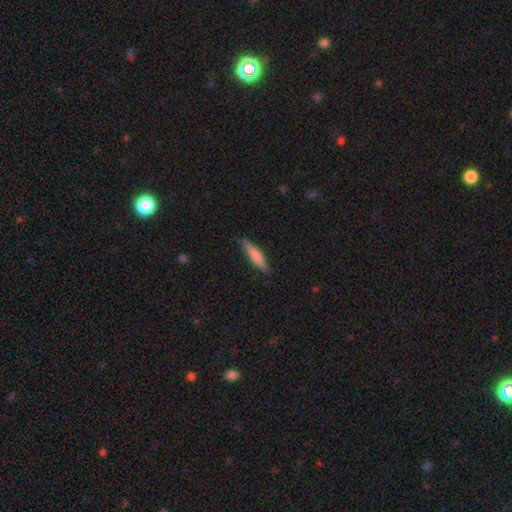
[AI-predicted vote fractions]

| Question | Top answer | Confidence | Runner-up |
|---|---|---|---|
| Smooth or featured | smooth | 65% | featured or disk (29%) |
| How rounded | cigar-shaped | 86% | in between (13%) |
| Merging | none | 82% | minor disturbance (14%) |